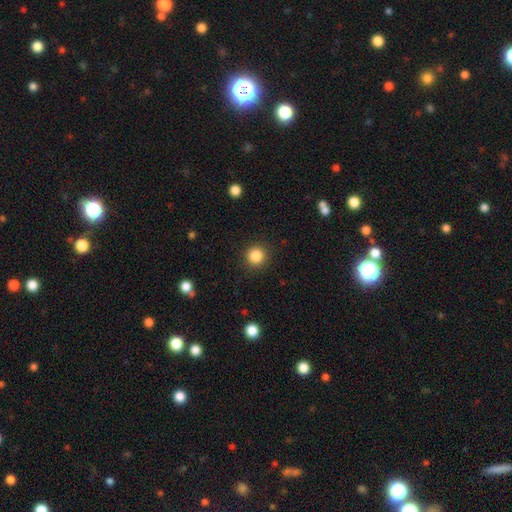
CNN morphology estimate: This is clearly a smooth galaxy (86%). How rounded: clearly round (94%). Merging: clearly none (90%).